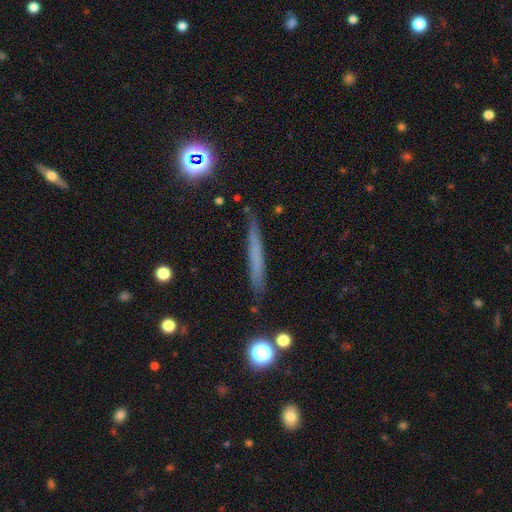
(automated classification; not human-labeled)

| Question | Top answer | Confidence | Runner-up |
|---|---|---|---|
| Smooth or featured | smooth | 55% | featured or disk (34%) |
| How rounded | cigar-shaped | 95% | in between (3%) |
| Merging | none | 86% | minor disturbance (10%) |